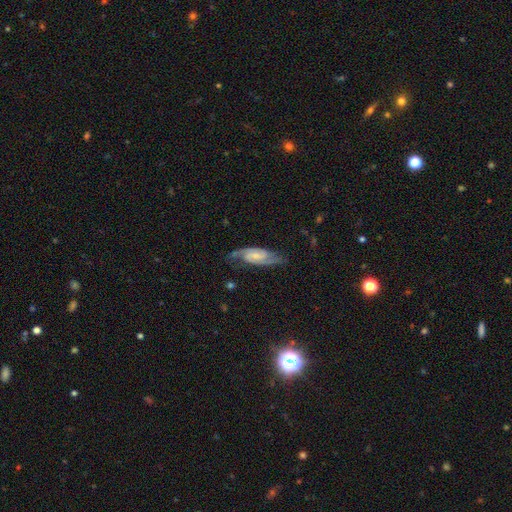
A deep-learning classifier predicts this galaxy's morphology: smooth_or_featured: featured or disk (p=0.84) [alt: smooth p=0.10]
disk_edge_on: no (p=0.94) [alt: yes p=0.06]
bar: weak (p=0.47) [alt: no p=0.37]
has_spiral_arms: yes (p=0.97) [alt: no p=0.03]
spiral_winding: medium (p=0.51) [alt: tight p=0.32]
spiral_arm_count: 2 (p=0.90) [alt: can't tell p=0.04]
bulge_size: small (p=0.52) [alt: moderate p=0.30]
merging: none (p=0.73) [alt: minor disturbance p=0.19]